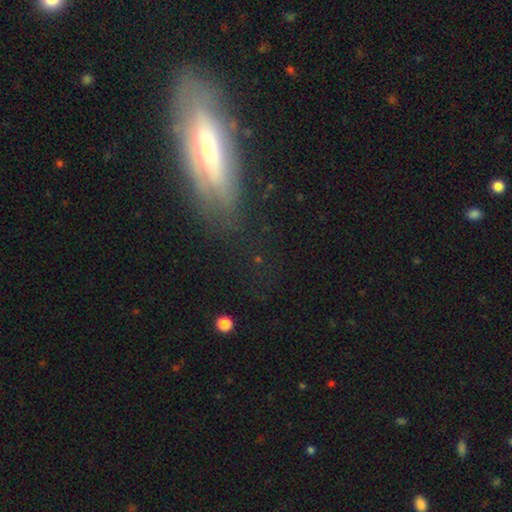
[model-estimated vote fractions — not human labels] featured or disk 60%, smooth 30%, star or artifact 10%. Down the decision tree: edge-on disk — no (56%); merging — none (72%).